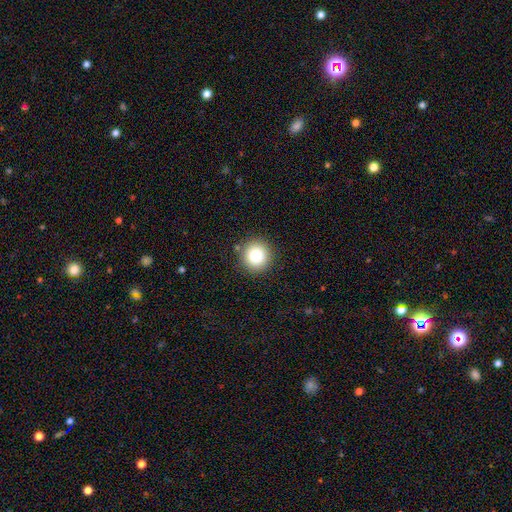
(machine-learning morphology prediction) A smooth galaxy with no disk features (81%) that is round (94%). Merging: none (90%).